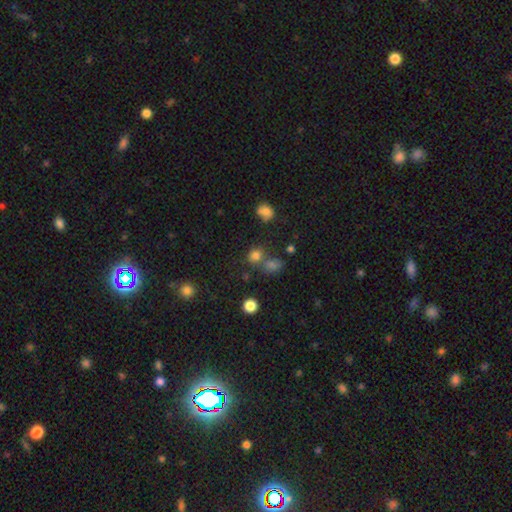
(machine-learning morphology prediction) A smooth galaxy with no disk features (75%) that is round (72%).

Vote fractions:
- Smooth or featured? smooth: 75% / star or artifact: 18% / featured or disk: 7%
- How rounded? round: 72% / in between: 27% / cigar-shaped: 1%
- Merging? none: 60% / merger: 24% / minor disturbance: 11% / major disturbance: 5%